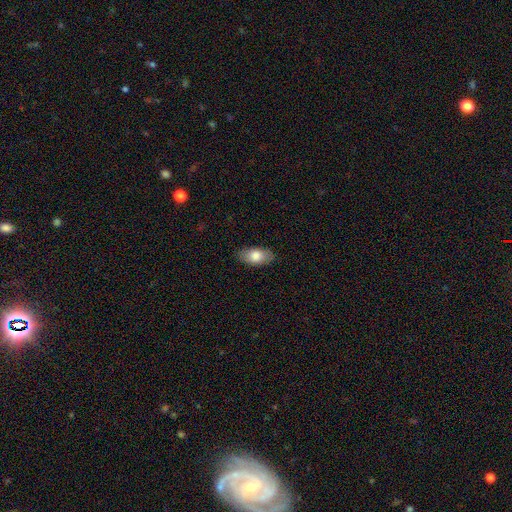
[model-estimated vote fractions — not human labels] The model was most divided on "smooth or featured": smooth: 80%, featured or disk: 14%, star or artifact: 6%. More confident: how rounded — in between (92%); merging — none (85%).